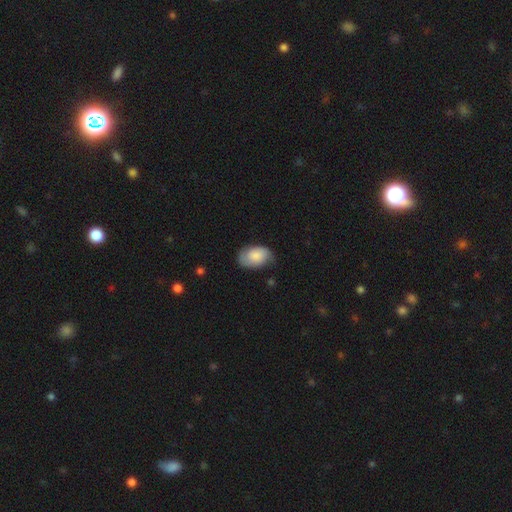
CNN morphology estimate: Smooth or featured: smooth — 69% (featured or disk — 24%)
How rounded: in between — 88% (round — 11%)
Merging: none — 65% (minor disturbance — 27%)